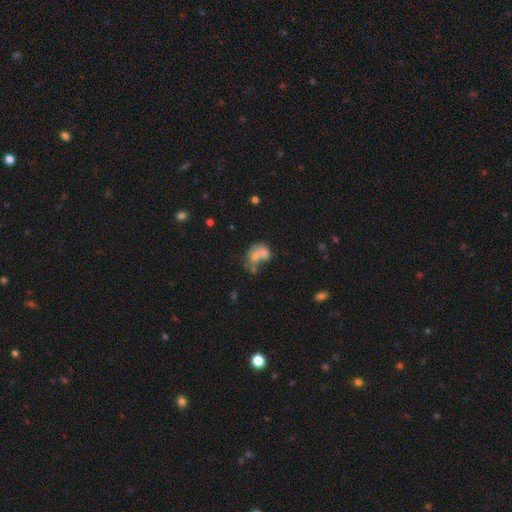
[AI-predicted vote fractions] The model was most divided on "smooth or featured": smooth: 60%, featured or disk: 29%, star or artifact: 11%. More confident: how rounded — in between (69%); merging — merger (58%).